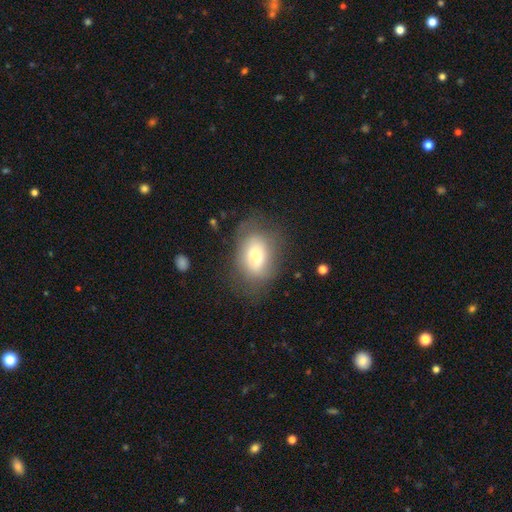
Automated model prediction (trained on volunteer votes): Overall: smooth (63%; featured or disk 27%). How rounded: in between (82%). Merging: none (67%).